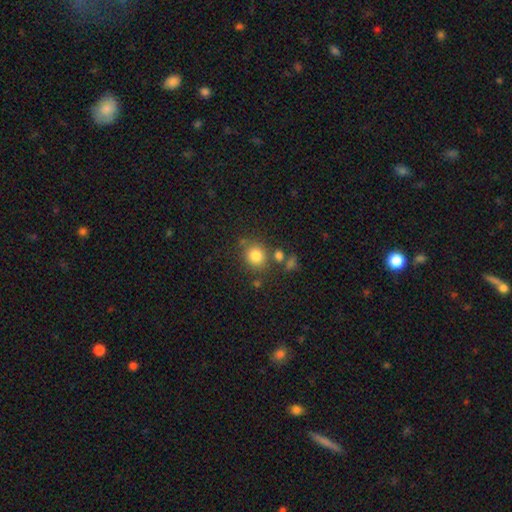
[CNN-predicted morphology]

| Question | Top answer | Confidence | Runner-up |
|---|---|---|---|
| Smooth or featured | smooth | 81% | star or artifact (11%) |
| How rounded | round | 79% | in between (20%) |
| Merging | none | 71% | minor disturbance (12%) |